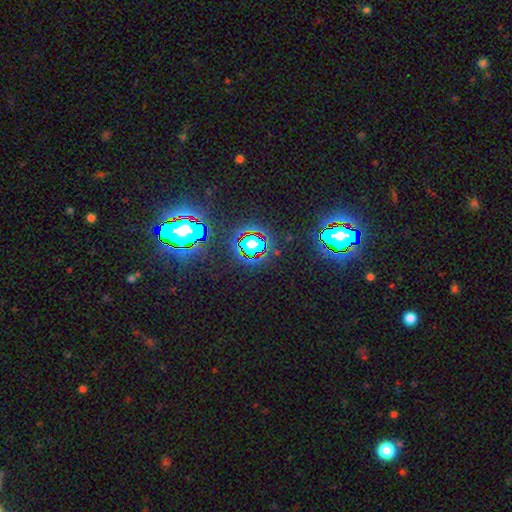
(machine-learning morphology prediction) A star or artifact, not a galaxy (82%).